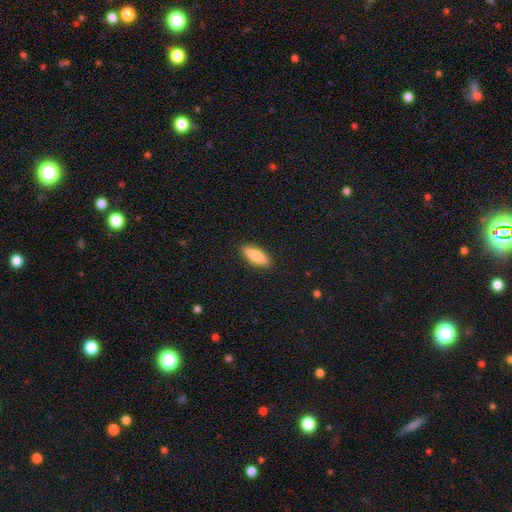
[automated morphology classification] This appears to be a smooth galaxy with no disk features (77%) that is in between round and cigar-shaped (55%). Merging: none (89%).